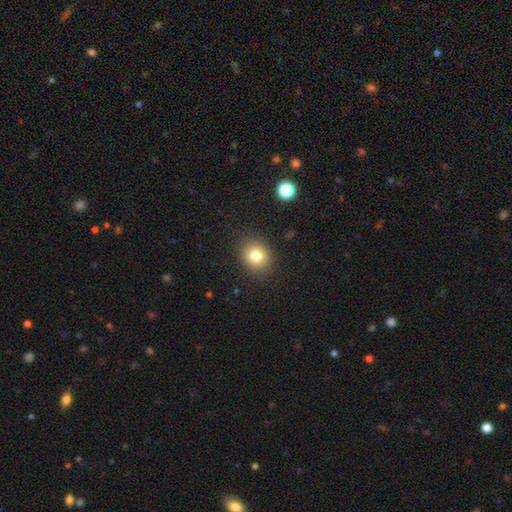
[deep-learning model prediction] Overall: smooth (79%). How rounded: round (75%). Merging: none (89%).